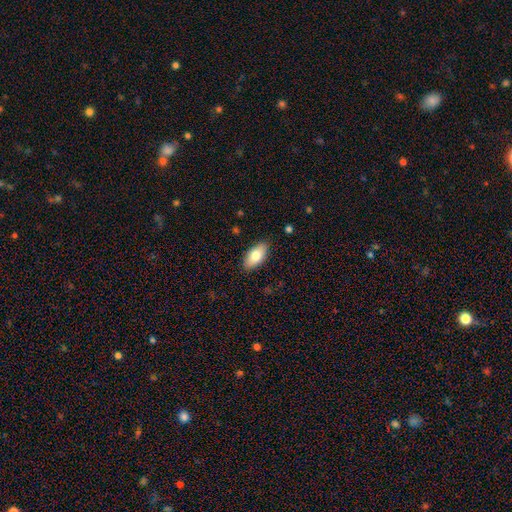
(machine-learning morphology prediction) Smooth or featured? Predicted: smooth (p=0.77). How rounded? Predicted: in between (p=0.91). Merging? Predicted: none (p=0.88).